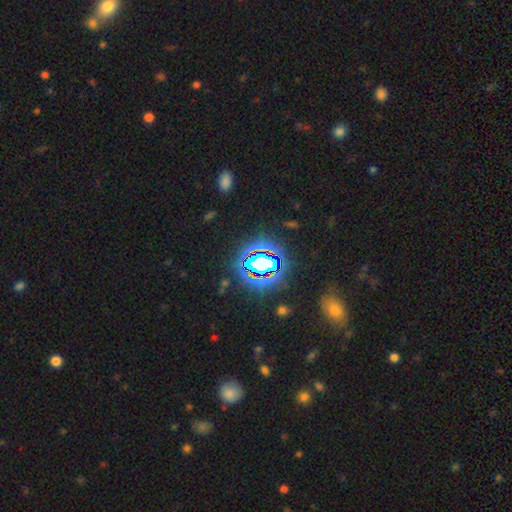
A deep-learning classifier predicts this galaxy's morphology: The model was most divided on "smooth or featured": star or artifact: 77%, smooth: 14%, featured or disk: 9%.